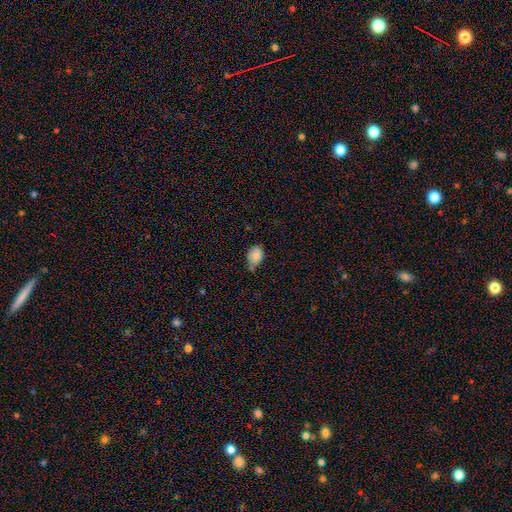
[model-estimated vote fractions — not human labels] Smooth or featured? smooth (84%)
How rounded? in between (68%)
Merging? none (44%)